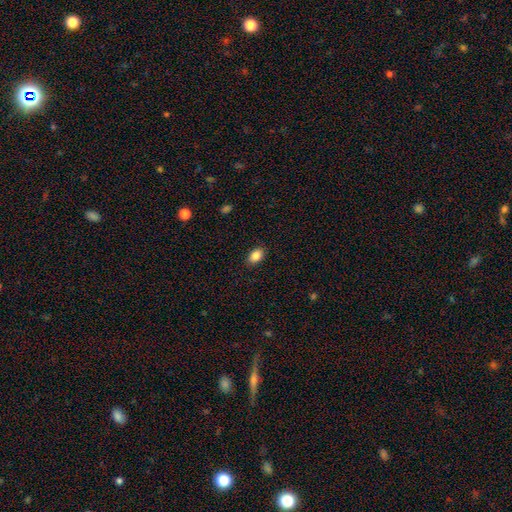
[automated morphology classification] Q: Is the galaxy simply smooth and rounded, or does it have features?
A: smooth — 87%.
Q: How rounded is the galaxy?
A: in between — 88%.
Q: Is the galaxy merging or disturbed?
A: none — 88%.